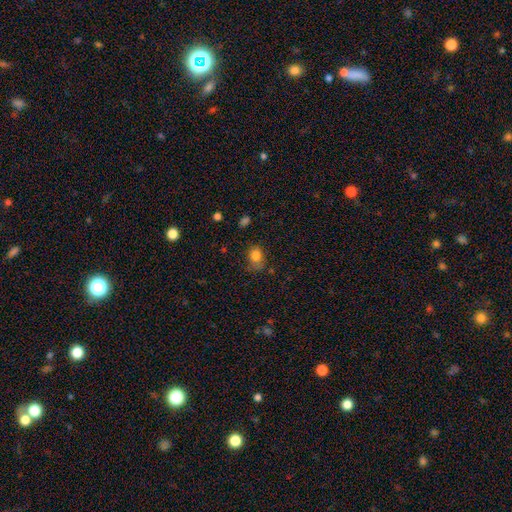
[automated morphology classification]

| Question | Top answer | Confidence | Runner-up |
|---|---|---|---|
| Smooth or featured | smooth | 81% | star or artifact (11%) |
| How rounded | in between | 61% | round (38%) |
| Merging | none | 56% | minor disturbance (30%) |